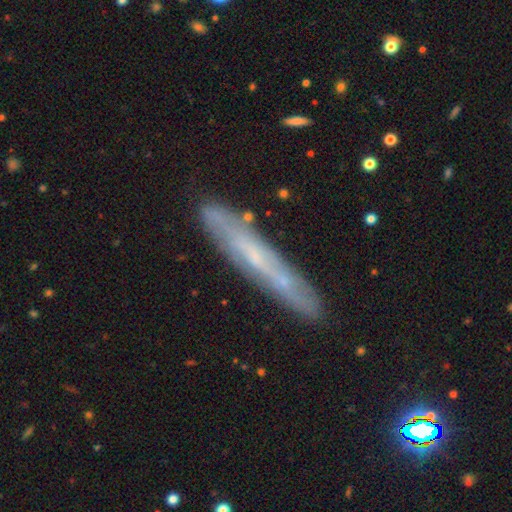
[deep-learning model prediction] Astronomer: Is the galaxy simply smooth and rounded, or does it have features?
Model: featured or disk — 61%.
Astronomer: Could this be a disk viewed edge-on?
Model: yes — 74%.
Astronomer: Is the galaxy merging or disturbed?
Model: none — 85%.